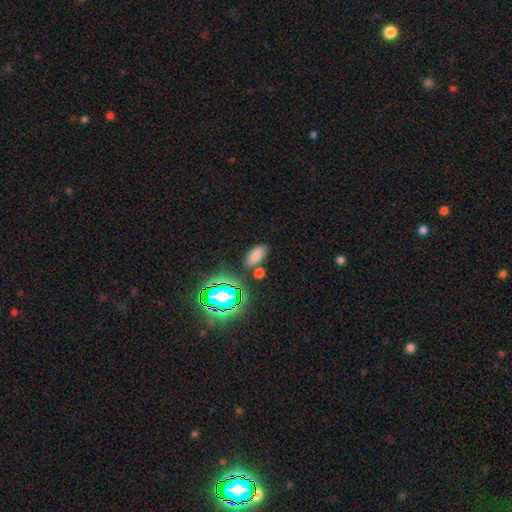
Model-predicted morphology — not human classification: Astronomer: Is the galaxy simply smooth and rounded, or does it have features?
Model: smooth — 72%.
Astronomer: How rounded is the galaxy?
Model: in between — 90%.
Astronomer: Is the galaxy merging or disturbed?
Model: none — 76%.